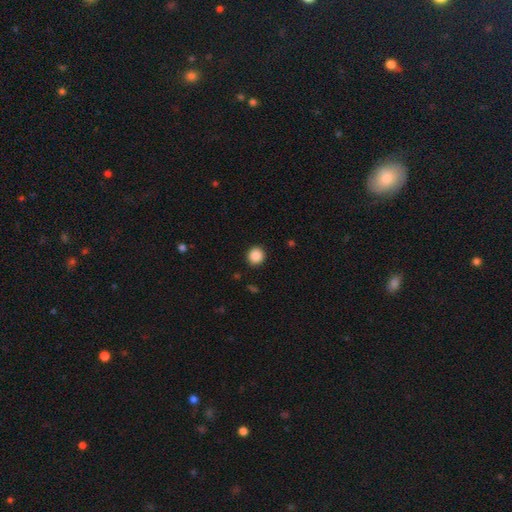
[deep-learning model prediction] Smooth or featured? smooth (87%)
How rounded? round (90%)
Merging? none (92%)